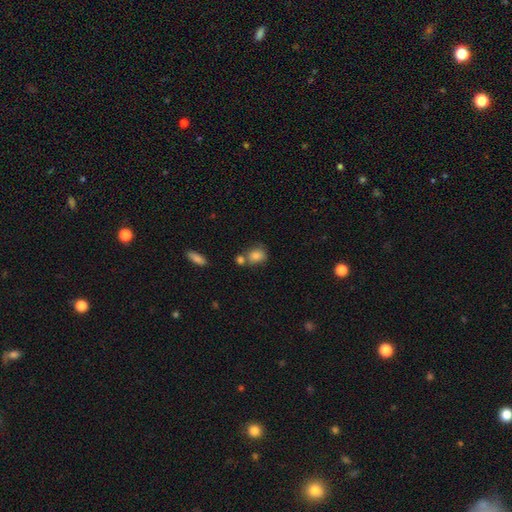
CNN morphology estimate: Smooth or featured? smooth (82%)
How rounded? in between (54%)
Merging? none (52%)